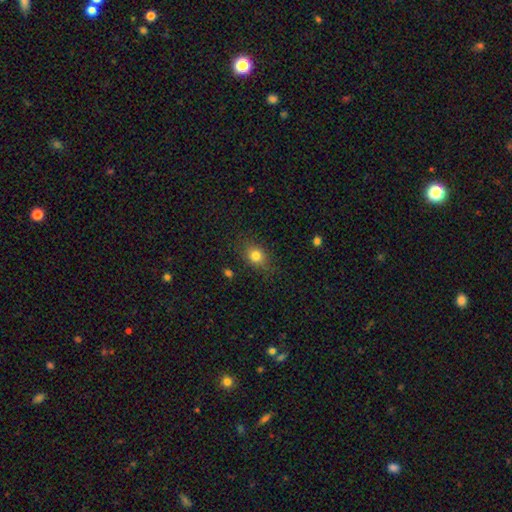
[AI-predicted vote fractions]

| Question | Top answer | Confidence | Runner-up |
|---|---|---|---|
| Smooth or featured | smooth | 79% | star or artifact (12%) |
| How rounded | in between | 50% | round (48%) |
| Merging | none | 79% | minor disturbance (15%) |